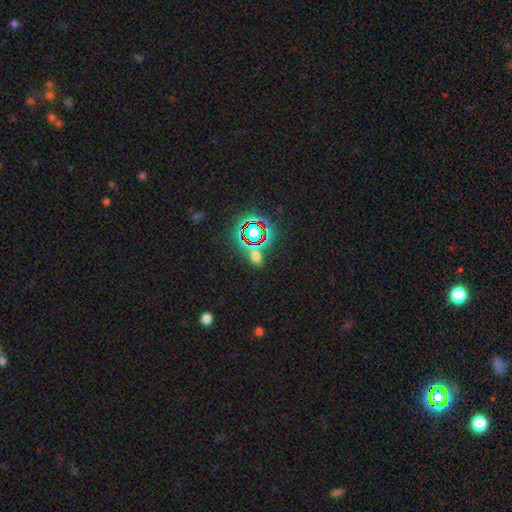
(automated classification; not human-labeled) smooth 51%, star or artifact 40%, featured or disk 8%. Down the decision tree: how rounded — in between (59%); merging — none (72%).